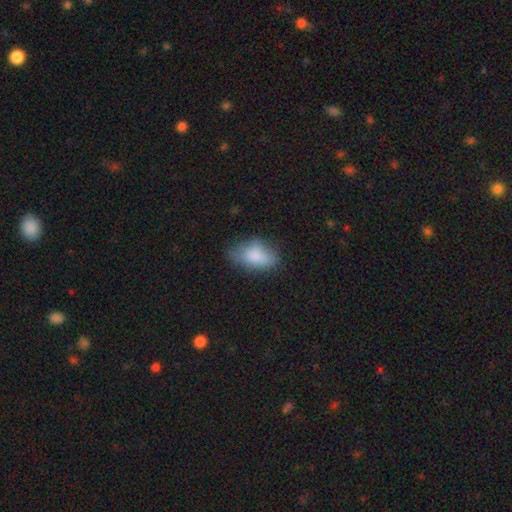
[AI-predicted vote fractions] Smooth or featured? smooth (76%)
How rounded? in between (89%)
Merging? none (48%)